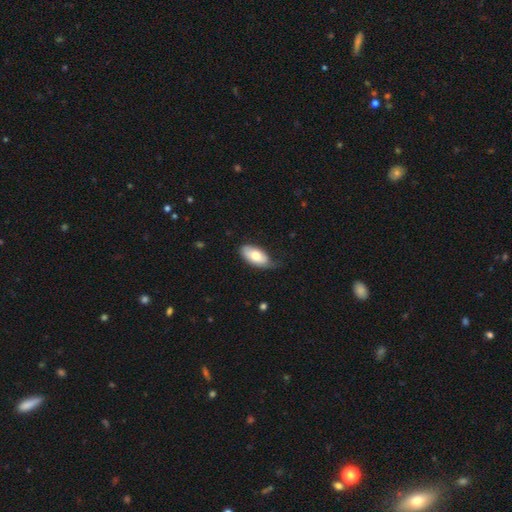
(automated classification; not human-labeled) smooth-or-featured: smooth: 71% | featured or disk: 24% | star or artifact: 6%
  how-rounded: in between: 93% | cigar-shaped: 4% | round: 3%
  merging: none: 54% | minor disturbance: 35% | major disturbance: 9% | merger: 1%